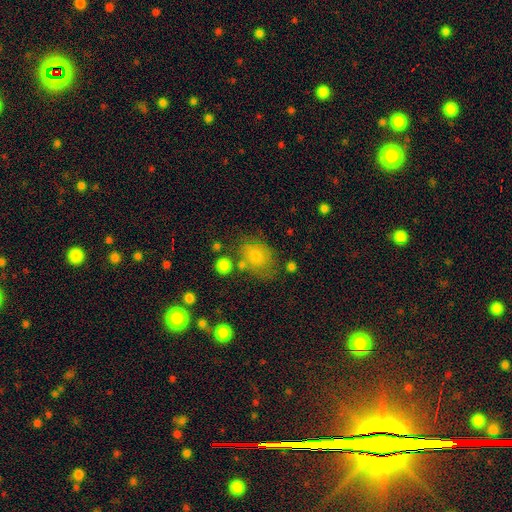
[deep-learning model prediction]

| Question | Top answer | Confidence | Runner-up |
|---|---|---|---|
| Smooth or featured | smooth | 72% | featured or disk (15%) |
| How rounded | in between | 55% | round (44%) |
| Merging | none | 65% | minor disturbance (20%) |